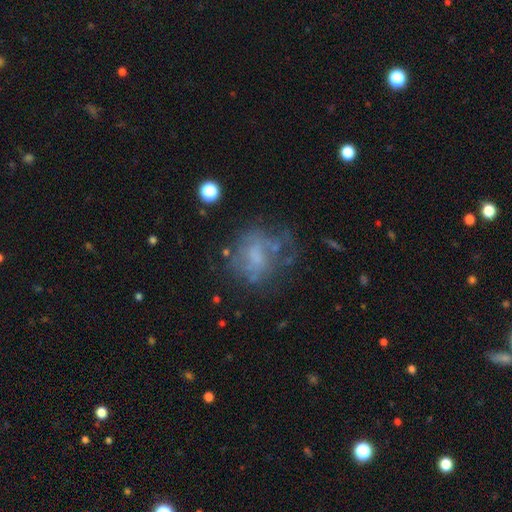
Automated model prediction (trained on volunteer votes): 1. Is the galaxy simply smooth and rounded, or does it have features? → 45% featured or disk, 39% smooth, 16% star or artifact.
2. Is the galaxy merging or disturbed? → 50% none, 23% major disturbance, 21% minor disturbance, 6% merger.